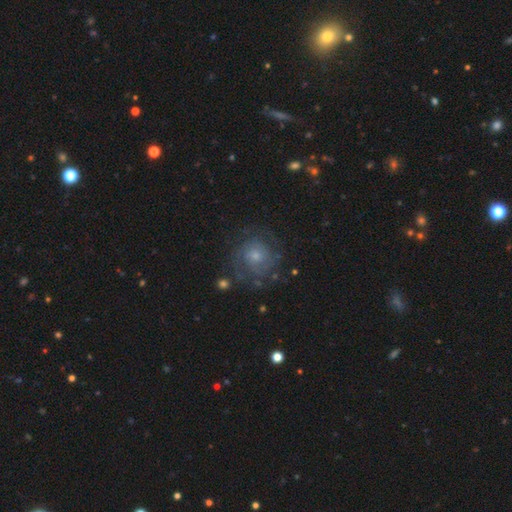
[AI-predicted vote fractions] Smooth or featured? Predicted: featured or disk (p=0.55). Edge-on disk? Predicted: no (p=0.98). Bar? Predicted: no (p=0.81). Spiral arms? Predicted: yes (p=0.78). Bulge size? Predicted: small (p=0.54). Merging? Predicted: none (p=0.69).